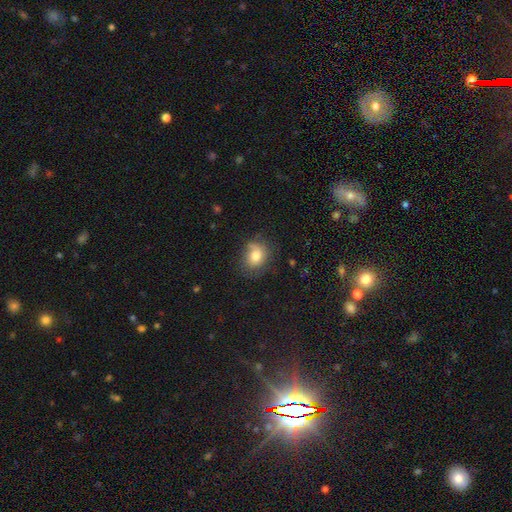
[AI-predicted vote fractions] A smooth galaxy with no disk features (75%) that is round (56%).

Vote fractions:
- Smooth or featured? smooth: 75% / featured or disk: 15% / star or artifact: 11%
- How rounded? round: 56% / in between: 43% / cigar-shaped: 1%
- Merging? none: 62% / minor disturbance: 25% / major disturbance: 9% / merger: 3%